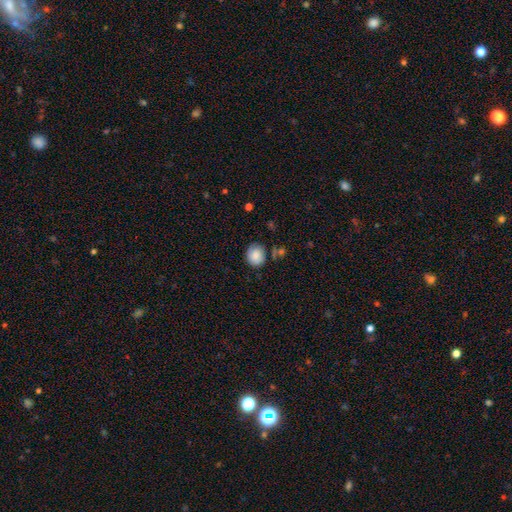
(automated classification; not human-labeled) Overall: smooth (85%). How rounded: round (70%). Merging: none (74%).